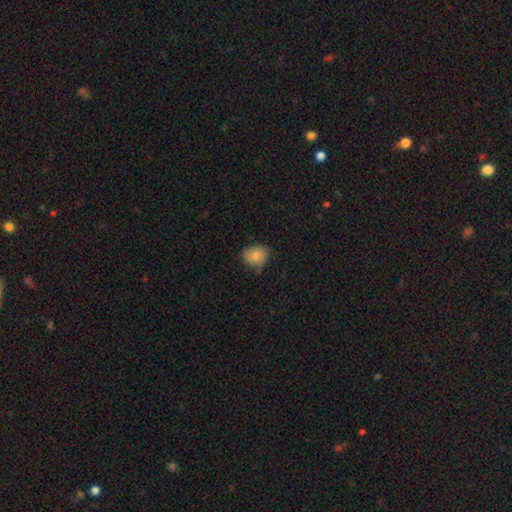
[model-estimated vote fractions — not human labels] Overall: smooth (81%). How rounded: round (59%; in between 40%). Merging: none (68%).